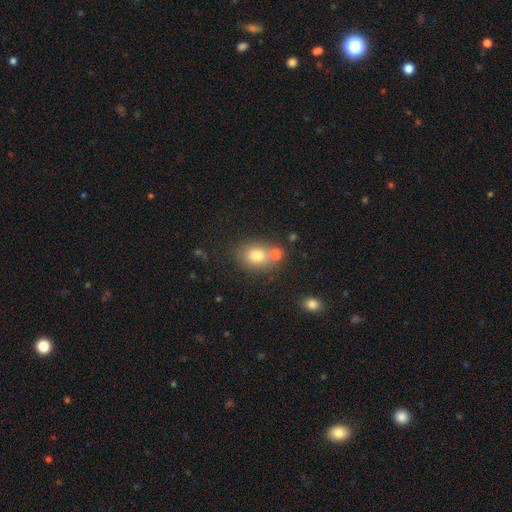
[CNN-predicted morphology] Smooth or featured: smooth — 77% (star or artifact — 12%)
How rounded: in between — 52% (round — 47%)
Merging: none — 63% (merger — 21%)